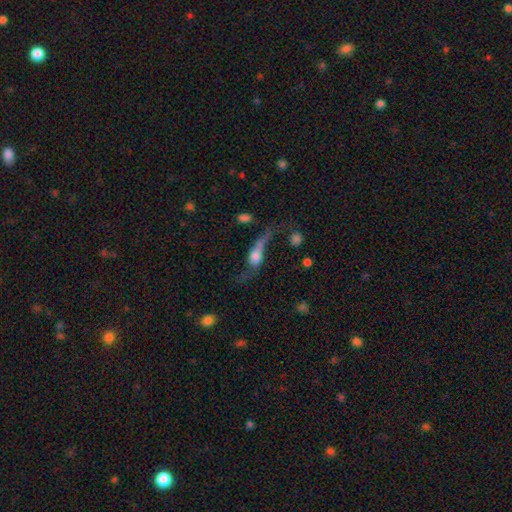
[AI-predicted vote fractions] smooth-or-featured: featured or disk: 49% | smooth: 40% | star or artifact: 11%
  merging: major disturbance: 40% | none: 27% | minor disturbance: 17% | merger: 16%